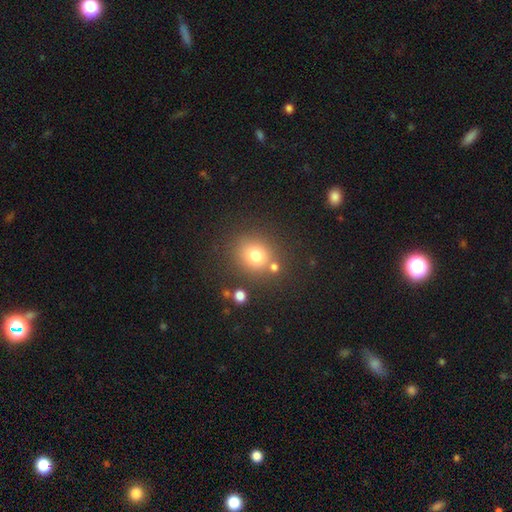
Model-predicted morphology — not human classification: Smooth or featured? Predicted: smooth (p=0.76). How rounded? Predicted: round (p=0.83). Merging? Predicted: none (p=0.75).